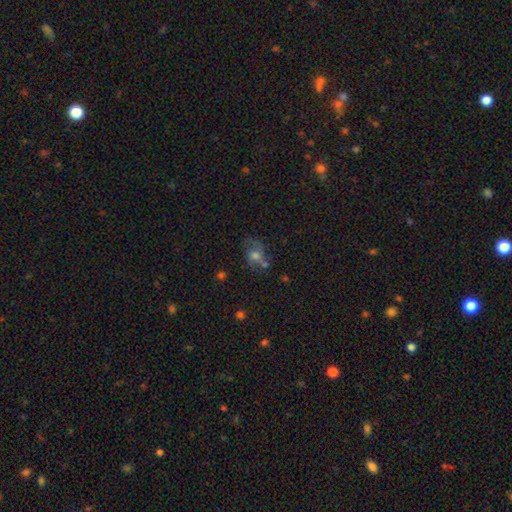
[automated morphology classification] This appears to be a featured or disk galaxy (46%). Merging: none (50%).